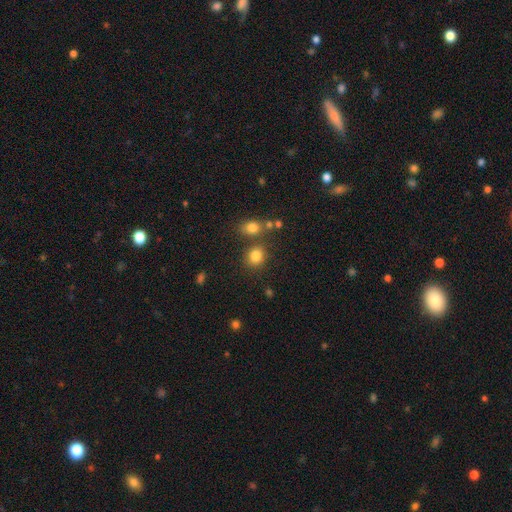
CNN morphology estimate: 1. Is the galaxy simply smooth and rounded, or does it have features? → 82% smooth, 12% star or artifact, 6% featured or disk.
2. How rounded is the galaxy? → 75% round, 24% in between, 1% cigar-shaped.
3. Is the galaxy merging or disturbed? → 70% none, 15% merger, 10% minor disturbance, 4% major disturbance.